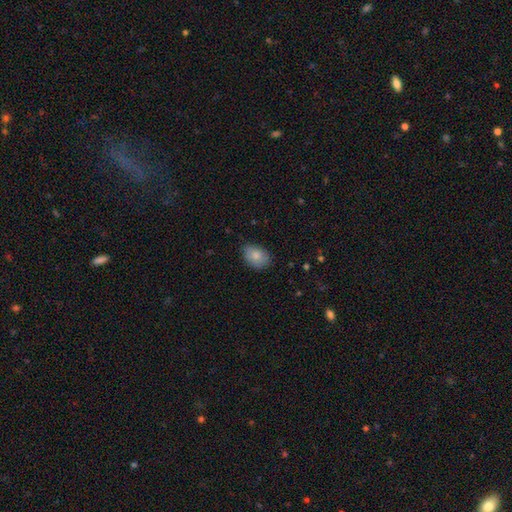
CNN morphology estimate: smooth 82%, featured or disk 11%, star or artifact 7%. Down the decision tree: how rounded — in between (76%); merging — none (73%).